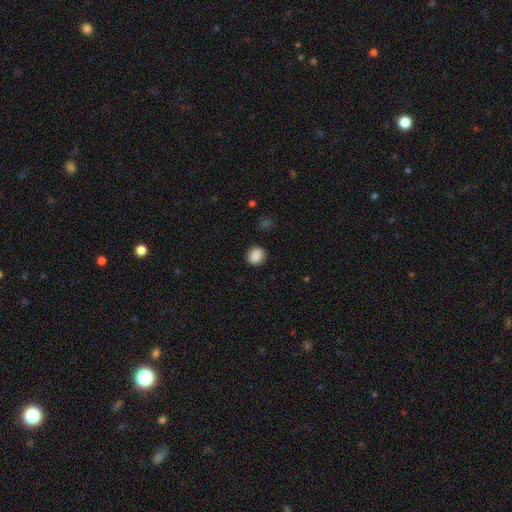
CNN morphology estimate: Smooth or featured?
  - smooth: 87% *
  - star or artifact: 9%
  - featured or disk: 5%
How rounded?
  - round: 66% *
  - in between: 32%
  - cigar-shaped: 1%
Merging?
  - none: 85% *
  - minor disturbance: 11%
  - major disturbance: 3%
  - merger: 1%